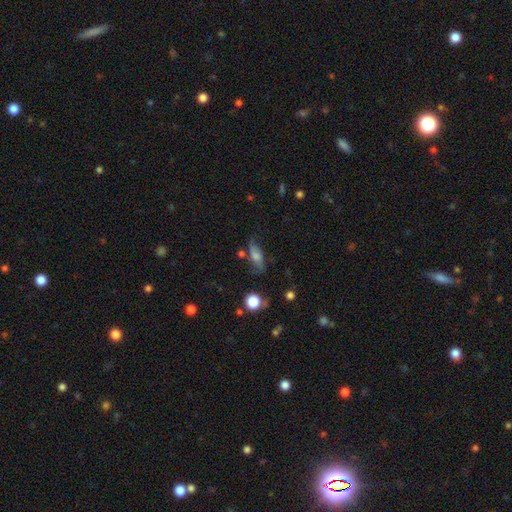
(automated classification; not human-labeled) A featured or disk galaxy (44%, tied with smooth). Merging: none (56%).